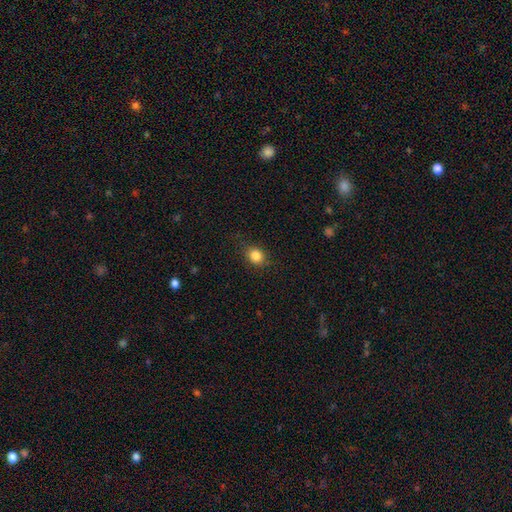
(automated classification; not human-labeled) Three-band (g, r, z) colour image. It shows a smooth galaxy with no disk features (84%) that is round (65%). Merging: none (83%).